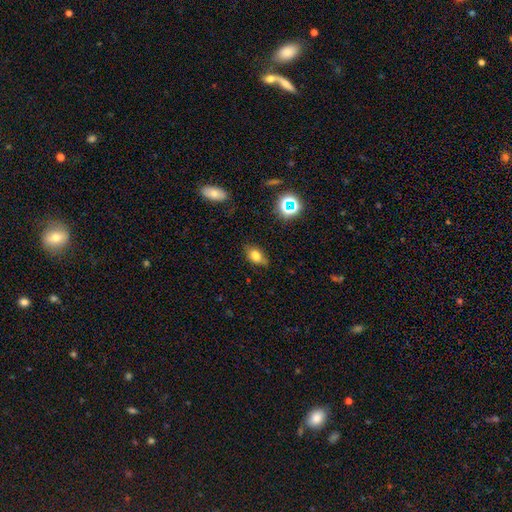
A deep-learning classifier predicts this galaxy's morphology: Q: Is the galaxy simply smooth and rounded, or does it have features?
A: smooth — 74%.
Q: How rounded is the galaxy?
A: in between — 80%.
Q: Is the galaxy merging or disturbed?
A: none — 74%.